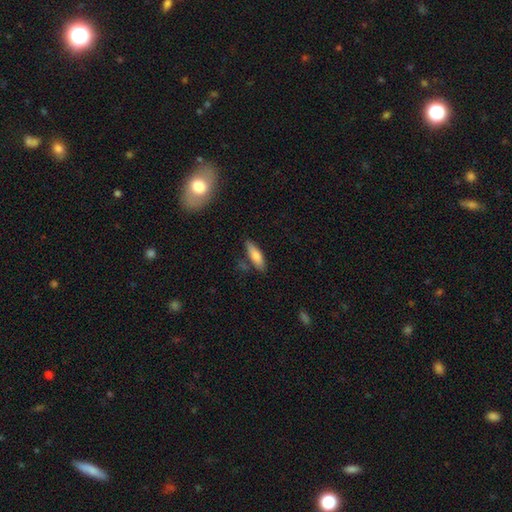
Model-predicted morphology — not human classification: Smooth or featured: smooth — 78% (featured or disk — 16%)
How rounded: cigar-shaped — 52% (in between — 46%)
Merging: none — 75% (minor disturbance — 16%)